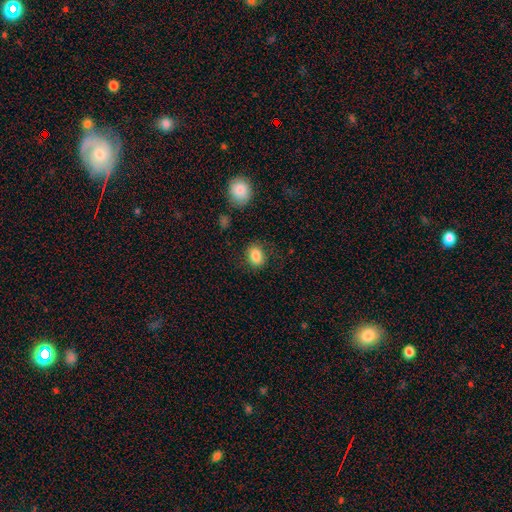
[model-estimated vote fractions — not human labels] smooth_or_featured: smooth (p=0.85) [alt: star or artifact p=0.09]
how_rounded: in between (p=0.65) [alt: round p=0.34]
merging: none (p=0.81) [alt: minor disturbance p=0.12]